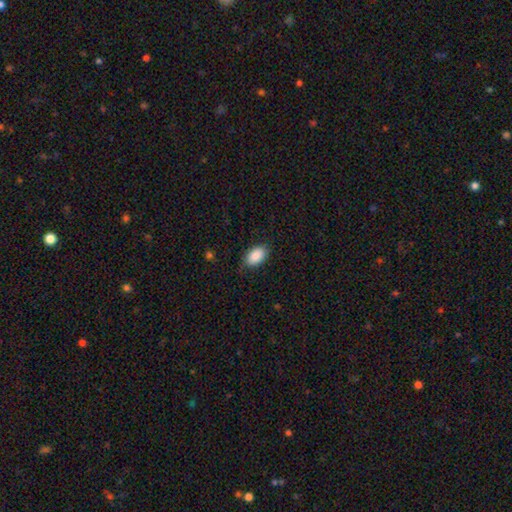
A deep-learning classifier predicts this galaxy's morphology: smooth_or_featured: smooth (p=0.88) [alt: star or artifact p=0.07]
how_rounded: in between (p=0.93) [alt: round p=0.05]
merging: none (p=0.79) [alt: minor disturbance p=0.16]